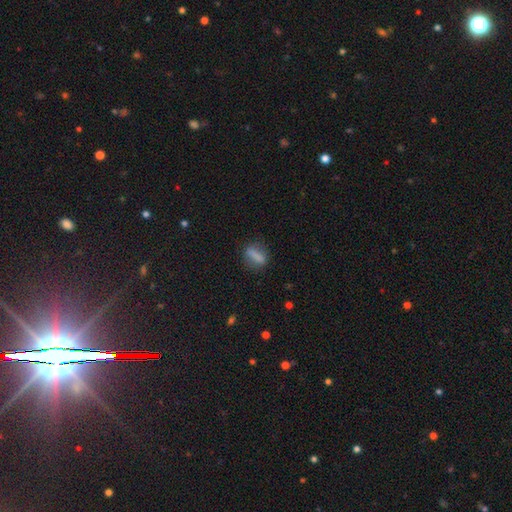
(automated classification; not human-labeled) The model was most divided on "how rounded": in between: 49%, cigar-shaped: 36%, round: 15%. More confident: merging — none (78%); smooth or featured — smooth (72%).